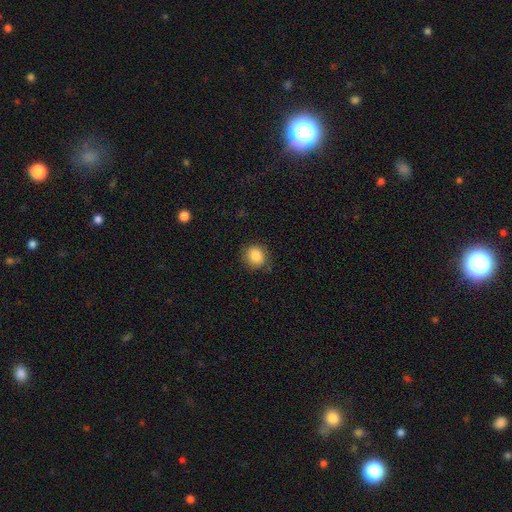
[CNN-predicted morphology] type=smooth (86%); roundness=round (81%); merging=none (81%).